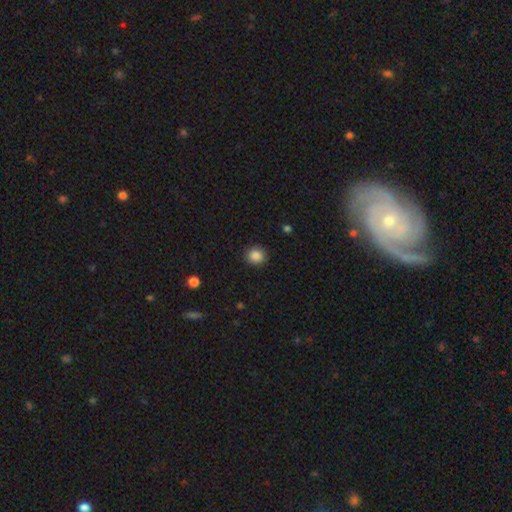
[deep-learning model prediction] Morphology: type=smooth (86%); roundness=round (90%); merging=none (92%).